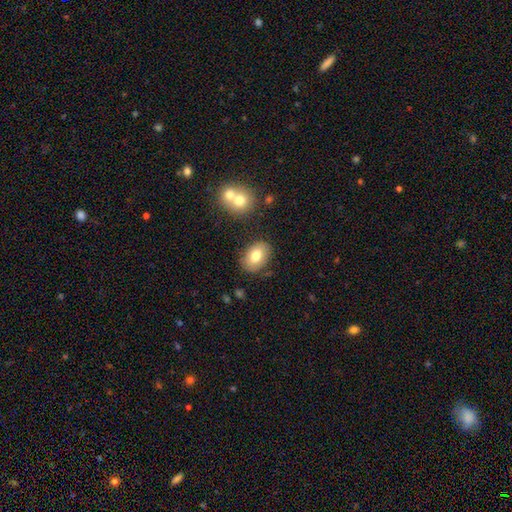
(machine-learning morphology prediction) smooth 76%, featured or disk 16%, star or artifact 8%. Down the decision tree: how rounded — in between (83%); merging — none (82%).